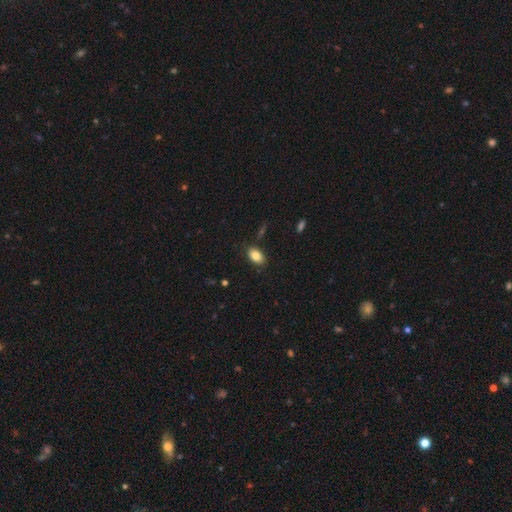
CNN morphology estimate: smooth_or_featured: smooth (p=0.83) [alt: featured or disk p=0.09]
how_rounded: in between (p=0.90) [alt: round p=0.07]
merging: none (p=0.84) [alt: minor disturbance p=0.11]